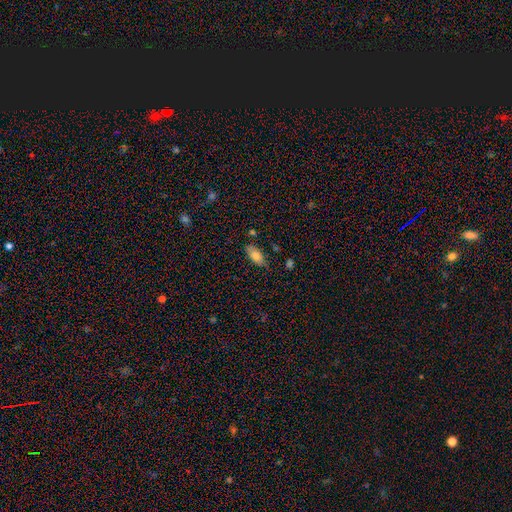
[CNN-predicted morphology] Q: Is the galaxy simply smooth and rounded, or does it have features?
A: smooth — 76%.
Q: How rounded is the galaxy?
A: in between — 86%.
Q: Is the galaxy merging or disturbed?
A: none — 75%.